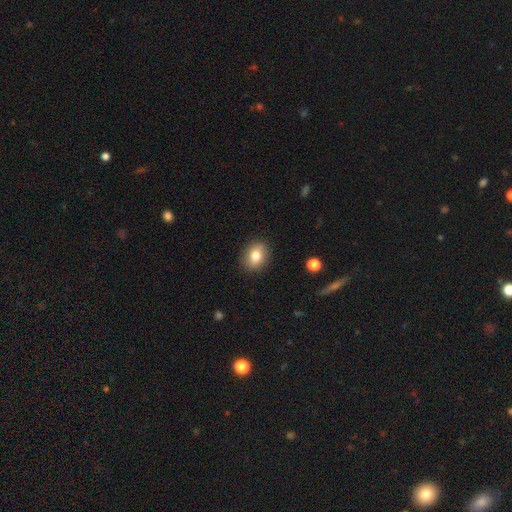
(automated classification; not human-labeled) Smooth or featured? Predicted: smooth (p=0.79). How rounded? Predicted: round (p=0.50). Merging? Predicted: none (p=0.87).